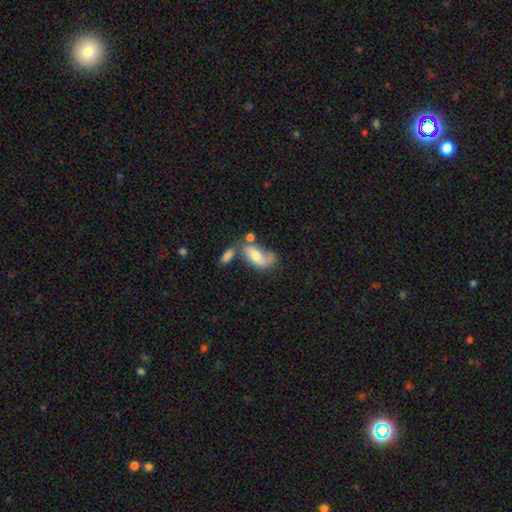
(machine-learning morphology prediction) smooth_or_featured: smooth (p=0.58) [alt: featured or disk p=0.33]
how_rounded: in between (p=0.86) [alt: cigar-shaped p=0.10]
merging: merger (p=0.35) [alt: none p=0.30]